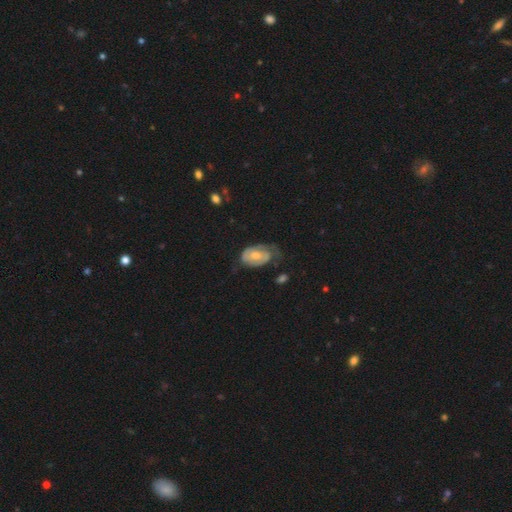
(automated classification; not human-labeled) This appears to be a featured or disk galaxy (59%) with no bar (68%), spiral arms (72%) and a moderate central bulge (59%). Merging: none (40%).